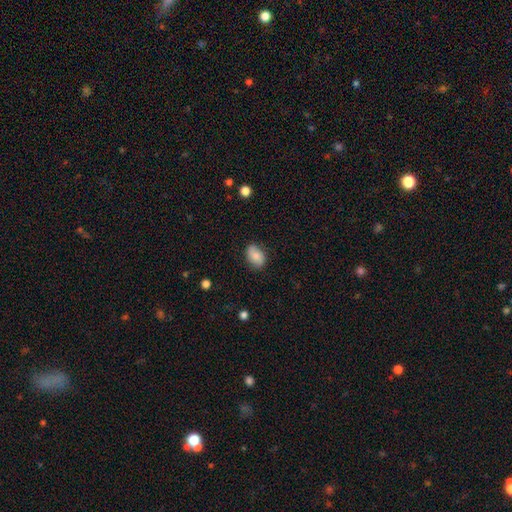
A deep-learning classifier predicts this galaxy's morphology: Smooth or featured: smooth — 83% (featured or disk — 10%)
How rounded: in between — 87% (round — 12%)
Merging: none — 81% (minor disturbance — 15%)